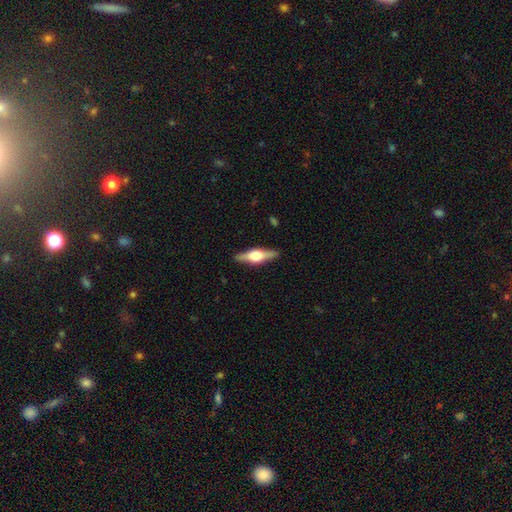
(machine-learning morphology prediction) A featured or disk galaxy (66%) viewed edge-on (97%) with a rounded central bulge (93%).

Vote fractions:
- Smooth or featured? featured or disk: 66% / smooth: 29% / star or artifact: 5%
- Edge-on disk? yes: 97% / no: 3%
- Edge-on bulge? rounded: 93% / boxy: 6% / none: 1%
- Merging? none: 90% / minor disturbance: 8% / major disturbance: 2% / merger: 1%